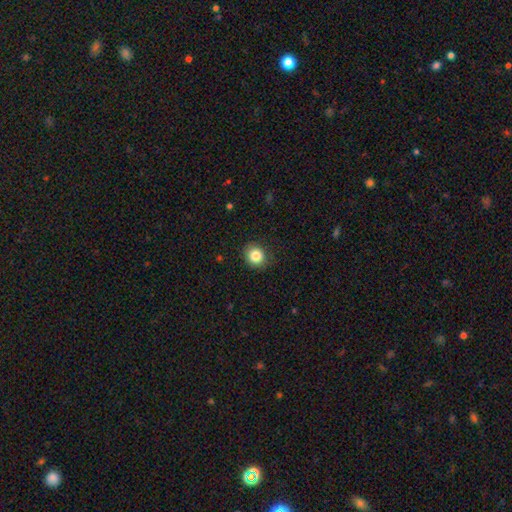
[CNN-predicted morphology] smooth_or_featured: smooth (p=0.85) [alt: star or artifact p=0.10]
how_rounded: round (p=0.81) [alt: in between p=0.18]
merging: none (p=0.87) [alt: minor disturbance p=0.09]